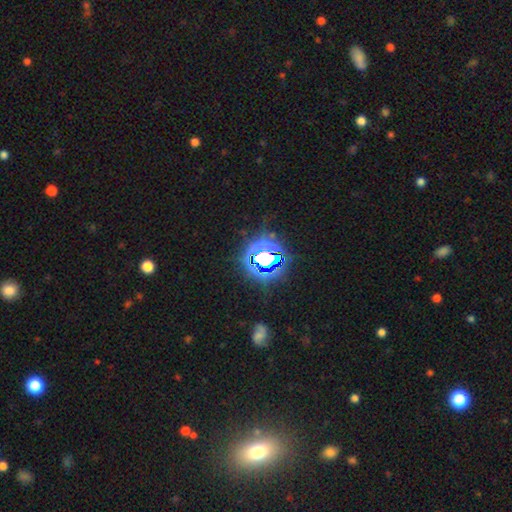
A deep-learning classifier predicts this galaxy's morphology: Smooth or featured? star or artifact (74%)